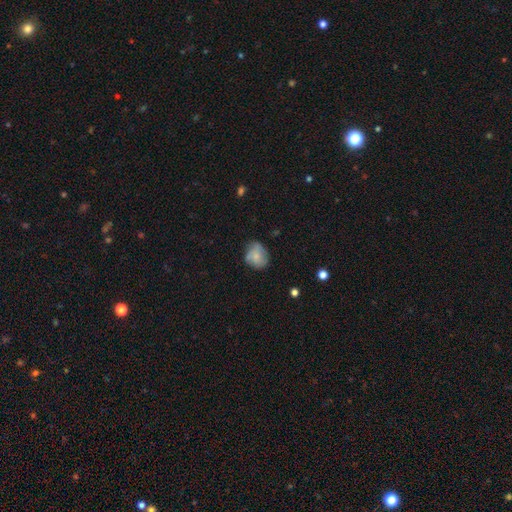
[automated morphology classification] type=smooth (67%); roundness=round (58%); merging=none (56%).